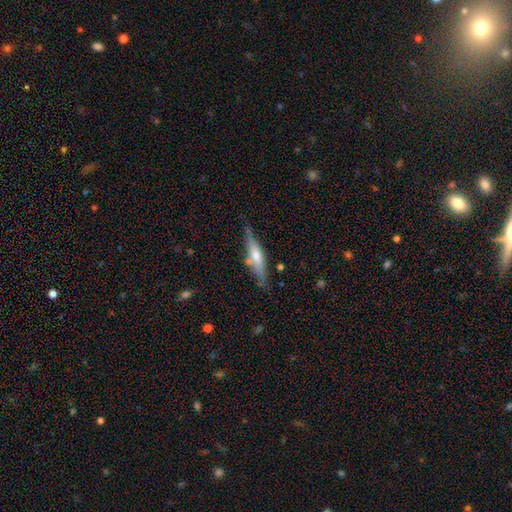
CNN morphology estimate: The model was most divided on "smooth or featured": featured or disk: 55%, smooth: 39%, star or artifact: 6%. More confident: edge-on disk — yes (89%); merging — none (72%).